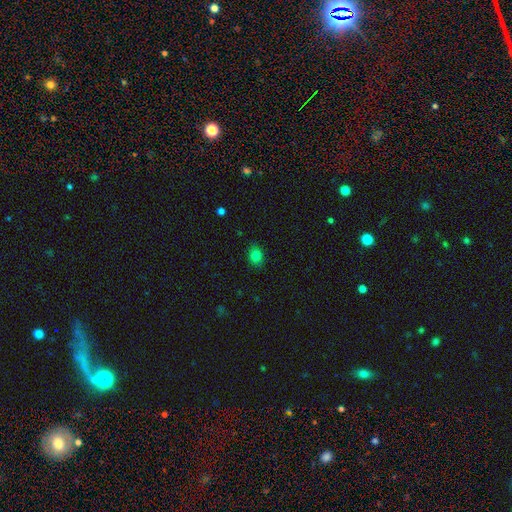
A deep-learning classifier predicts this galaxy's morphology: Smooth or featured?
  - smooth: 80% *
  - star or artifact: 13%
  - featured or disk: 6%
How rounded?
  - in between: 53% *
  - round: 45%
  - cigar-shaped: 1%
Merging?
  - none: 85% *
  - minor disturbance: 11%
  - major disturbance: 2%
  - merger: 1%